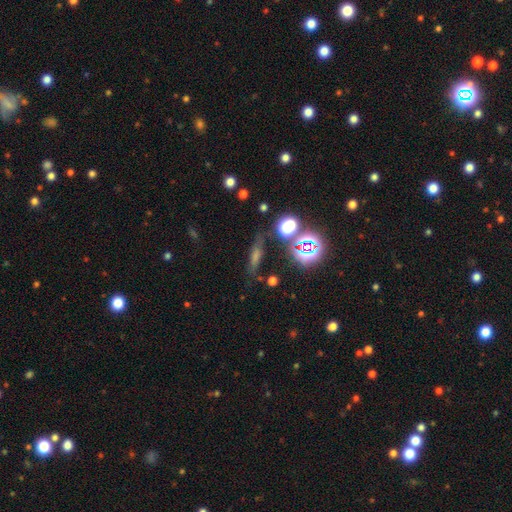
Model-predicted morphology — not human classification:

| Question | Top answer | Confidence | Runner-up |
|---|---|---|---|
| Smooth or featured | star or artifact | 38% | smooth (37%) |